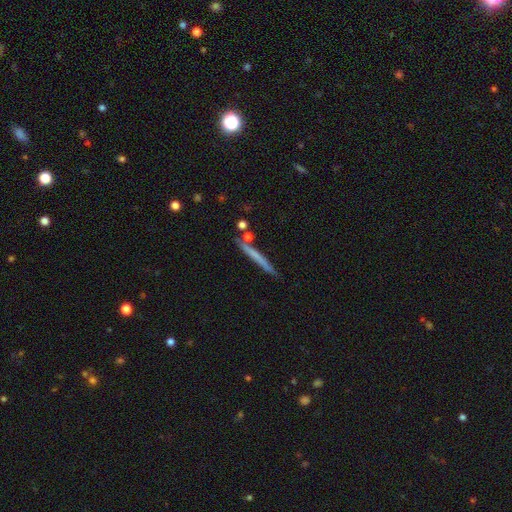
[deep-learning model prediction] Morphology: type=smooth (54%); roundness=cigar-shaped (96%); merging=none (81%).